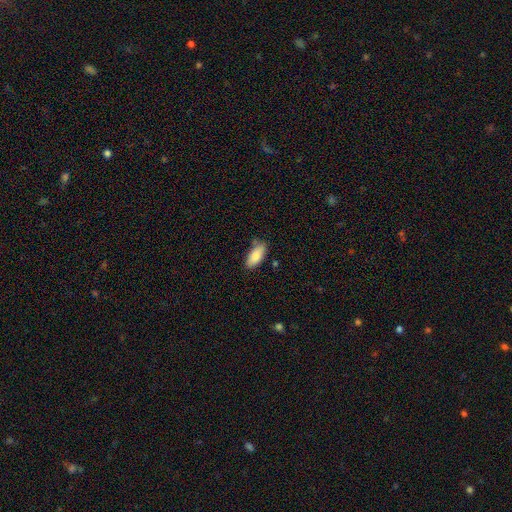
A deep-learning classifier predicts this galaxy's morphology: smooth_or_featured: smooth (p=0.84) [alt: featured or disk p=0.10]
how_rounded: in between (p=0.88) [alt: cigar-shaped p=0.10]
merging: none (p=0.76) [alt: minor disturbance p=0.17]